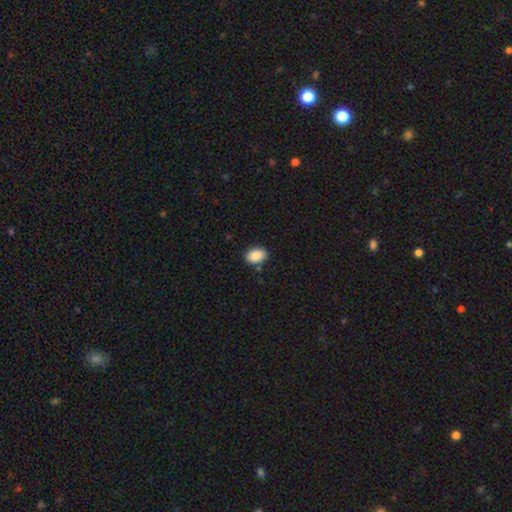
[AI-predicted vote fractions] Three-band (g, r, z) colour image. It shows a smooth galaxy with no disk features (88%) that is in between round and cigar-shaped (80%). Merging: none (84%).